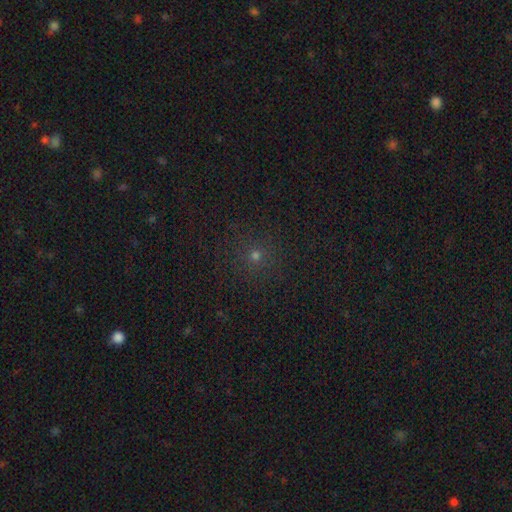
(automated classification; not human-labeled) Smooth or featured?
  - smooth: 60% *
  - star or artifact: 32%
  - featured or disk: 7%
How rounded?
  - round: 94% *
  - in between: 5%
  - cigar-shaped: 1%
Merging?
  - none: 90% *
  - minor disturbance: 6%
  - major disturbance: 2%
  - merger: 1%